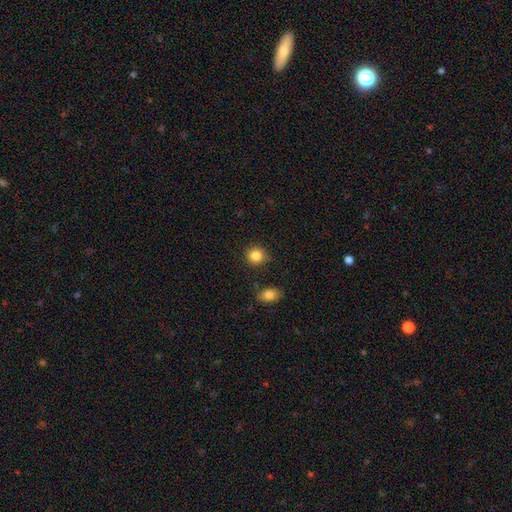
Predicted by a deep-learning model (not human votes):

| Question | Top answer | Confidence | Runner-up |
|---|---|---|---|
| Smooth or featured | smooth | 85% | star or artifact (10%) |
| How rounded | round | 86% | in between (13%) |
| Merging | none | 85% | minor disturbance (10%) |